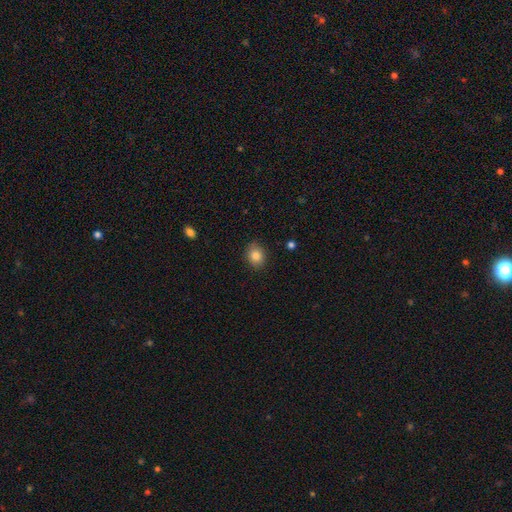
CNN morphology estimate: Smooth or featured? smooth (84%)
How rounded? round (62%)
Merging? none (86%)